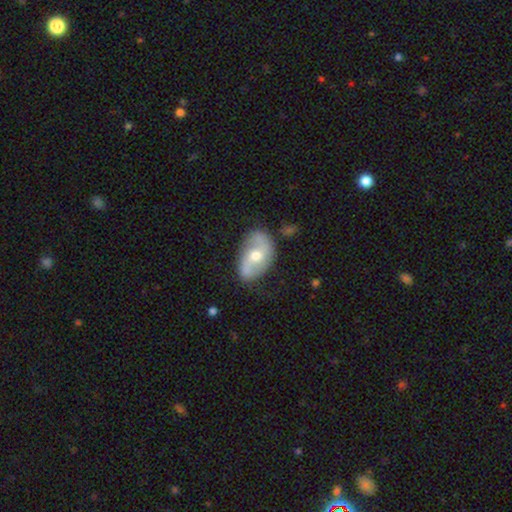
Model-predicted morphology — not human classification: Smooth or featured? Predicted: featured or disk (p=0.71). Edge-on disk? Predicted: no (p=0.95). Bar? Predicted: no (p=0.52). Spiral arms? Predicted: yes (p=0.85). Spiral winding? Predicted: loose (p=0.59). Spiral arm count? Predicted: 2 (p=0.89). Bulge size? Predicted: moderate (p=0.67). Merging? Predicted: none (p=0.73).